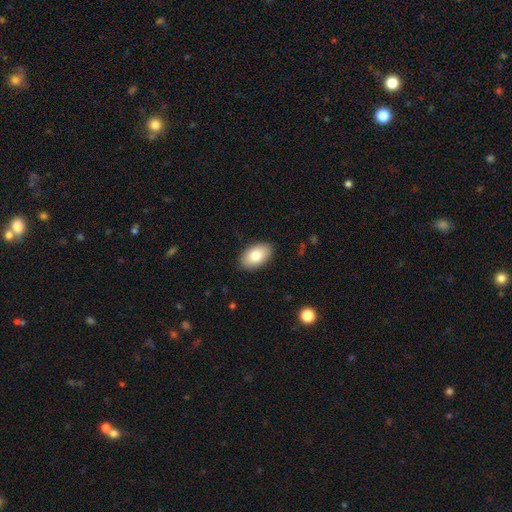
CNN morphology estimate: A smooth galaxy with no disk features (79%) that is in between round and cigar-shaped (93%). Merging: none (88%).